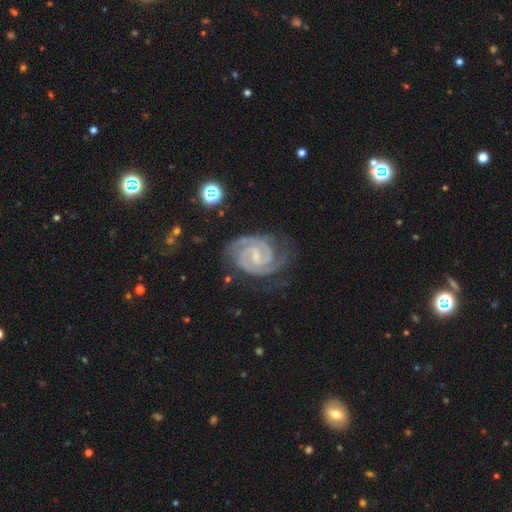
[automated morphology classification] smooth_or_featured: featured or disk (p=0.93) [alt: star or artifact p=0.04]
disk_edge_on: no (p=0.98) [alt: yes p=0.02]
bar: weak (p=0.53) [alt: strong p=0.24]
has_spiral_arms: yes (p=0.99) [alt: no p=0.01]
spiral_winding: tight (p=0.72) [alt: medium p=0.25]
spiral_arm_count: 2 (p=0.85) [alt: 3 p=0.07]
bulge_size: small (p=0.63) [alt: moderate p=0.18]
merging: none (p=0.75) [alt: minor disturbance p=0.18]